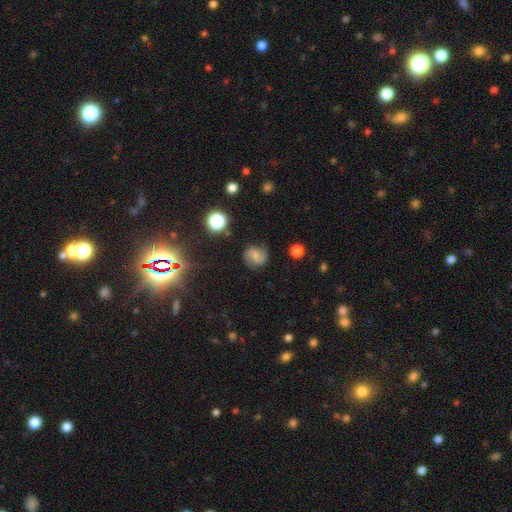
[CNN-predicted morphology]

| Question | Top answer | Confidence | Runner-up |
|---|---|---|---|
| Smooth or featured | featured or disk | 44% | smooth (42%) |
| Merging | none | 78% | minor disturbance (15%) |